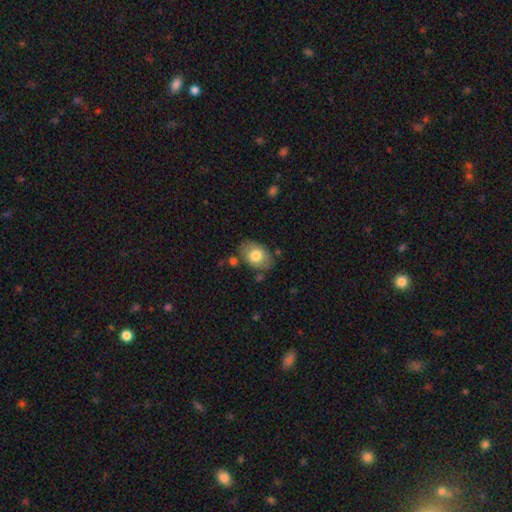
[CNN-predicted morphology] A smooth galaxy with no disk features (73%) that is in between round and cigar-shaped (78%). Merging: none (74%).